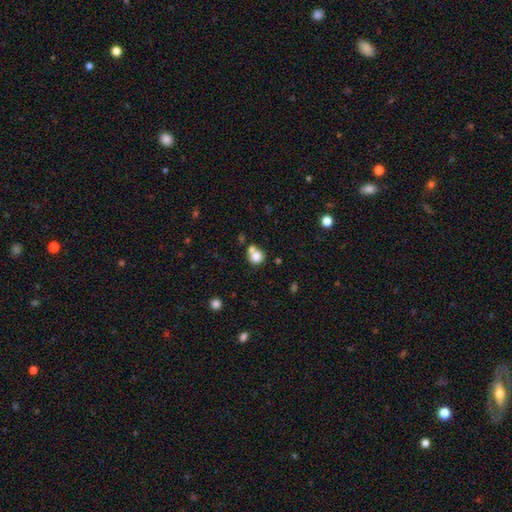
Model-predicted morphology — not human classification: Q: Smooth or featured?
A: smooth (80%); runner-up: star or artifact (11%)
Q: How rounded?
A: round (82%); runner-up: in between (17%)
Q: Merging?
A: none (45%); runner-up: merger (41%)